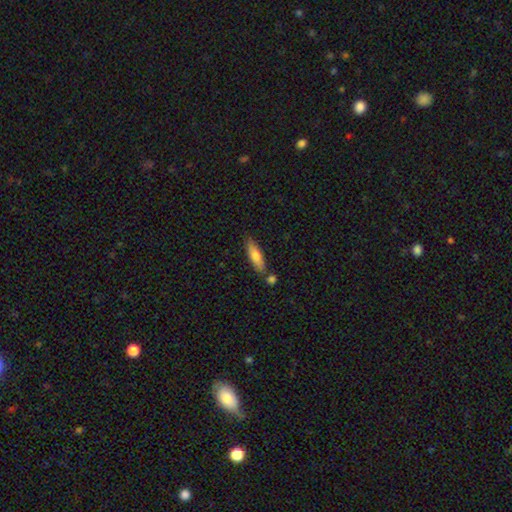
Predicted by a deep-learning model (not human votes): smooth 72%, featured or disk 21%, star or artifact 6%. Down the decision tree: how rounded — cigar-shaped (65%); merging — none (73%).